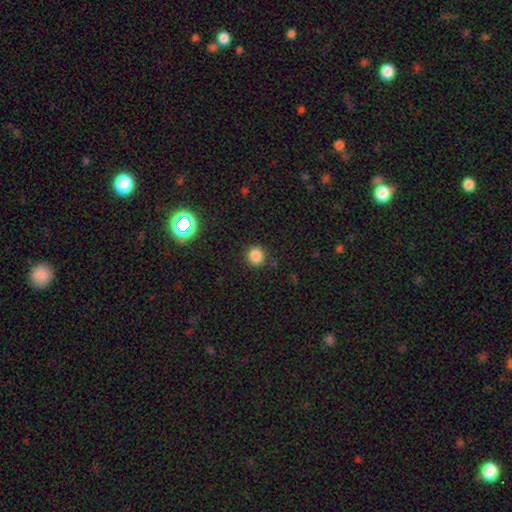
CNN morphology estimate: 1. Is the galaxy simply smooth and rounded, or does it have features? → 83% smooth, 13% star or artifact, 4% featured or disk.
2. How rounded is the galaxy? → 88% round, 11% in between, 1% cigar-shaped.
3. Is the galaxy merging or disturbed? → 89% none, 7% minor disturbance, 3% major disturbance, 2% merger.